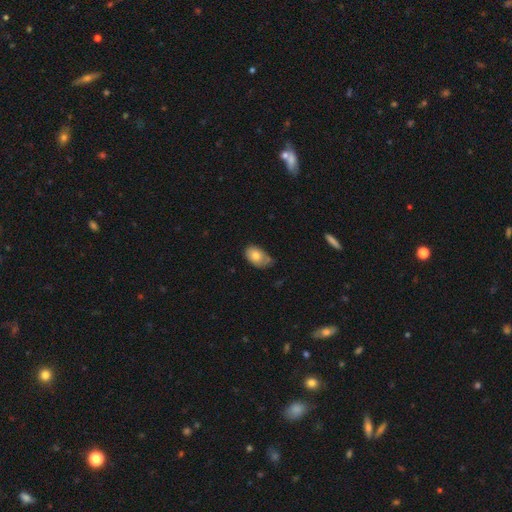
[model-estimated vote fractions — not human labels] This is likely a smooth galaxy (76%). How rounded: clearly in between (86%). Merging: marginally none (44%).